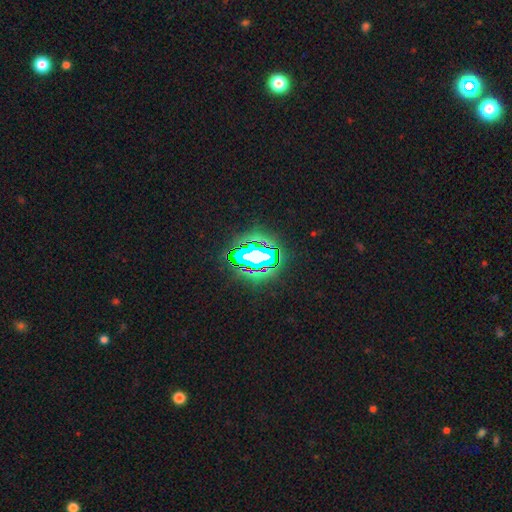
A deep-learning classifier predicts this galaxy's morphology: Smooth or featured? star or artifact (65%)